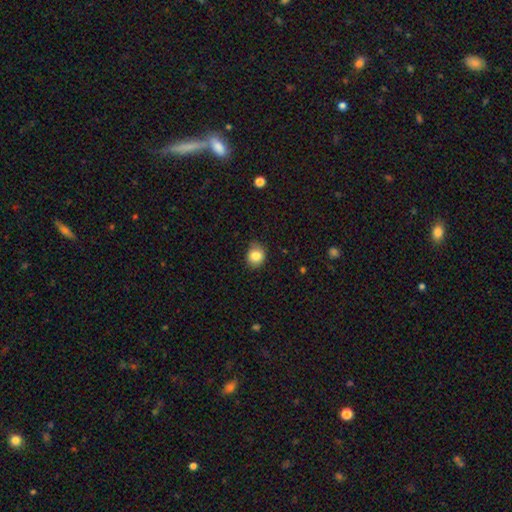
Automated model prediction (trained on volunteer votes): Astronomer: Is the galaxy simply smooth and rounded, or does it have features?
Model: smooth — 84%.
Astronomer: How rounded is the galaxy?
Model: round — 67%.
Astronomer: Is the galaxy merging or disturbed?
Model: none — 77%.